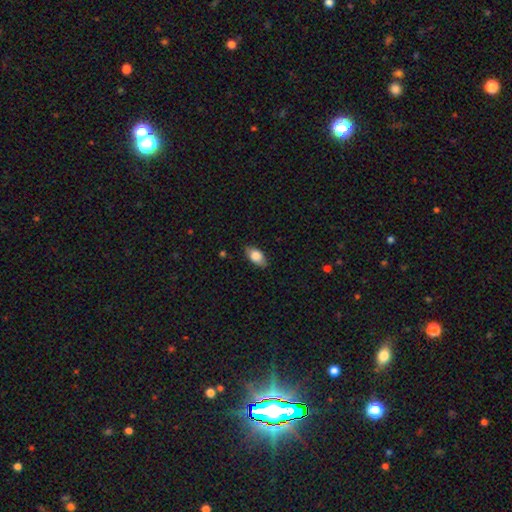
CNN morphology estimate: smooth-or-featured: smooth: 79% | featured or disk: 14% | star or artifact: 7%
  how-rounded: in between: 90% | cigar-shaped: 5% | round: 5%
  merging: none: 82% | minor disturbance: 14% | major disturbance: 3% | merger: 1%